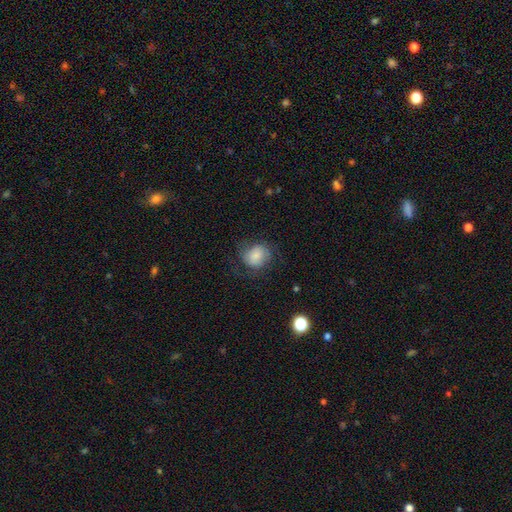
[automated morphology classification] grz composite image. It shows a smooth galaxy with no disk features (73%) that is round (68%). Merging: none (58%).